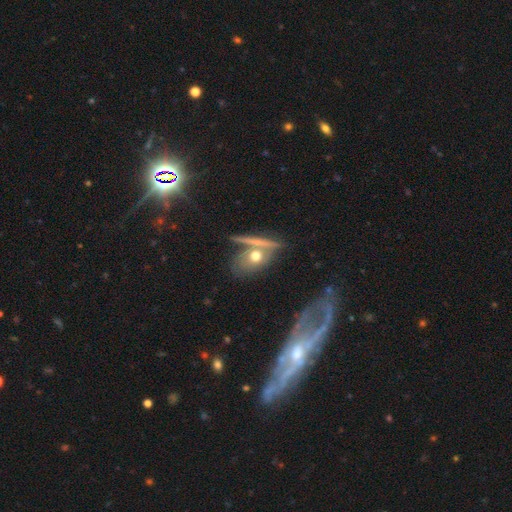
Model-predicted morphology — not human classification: type=smooth (58%); roundness=in between (48%); merging=none (47%).